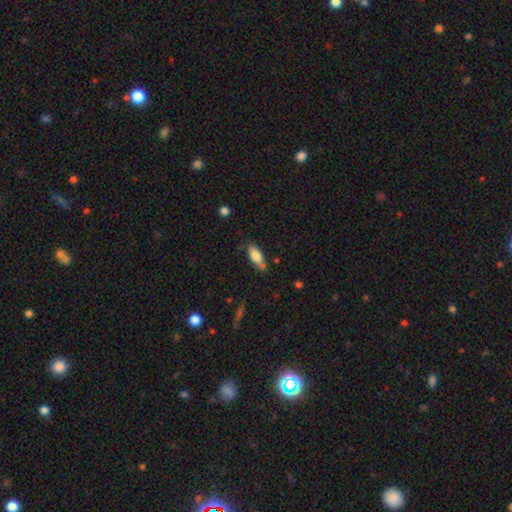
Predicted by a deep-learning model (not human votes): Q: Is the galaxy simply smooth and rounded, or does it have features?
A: smooth — 77%.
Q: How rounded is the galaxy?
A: in between — 74%.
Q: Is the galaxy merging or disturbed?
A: none — 63%.